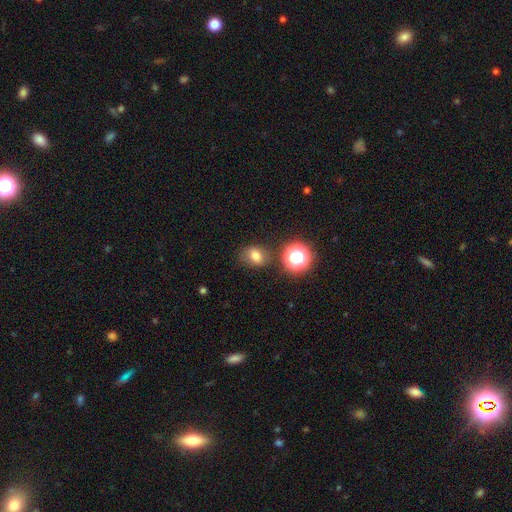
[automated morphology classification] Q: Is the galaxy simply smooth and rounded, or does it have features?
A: smooth — 74%.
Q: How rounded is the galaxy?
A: in between — 54%.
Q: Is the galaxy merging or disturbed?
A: none — 72%.